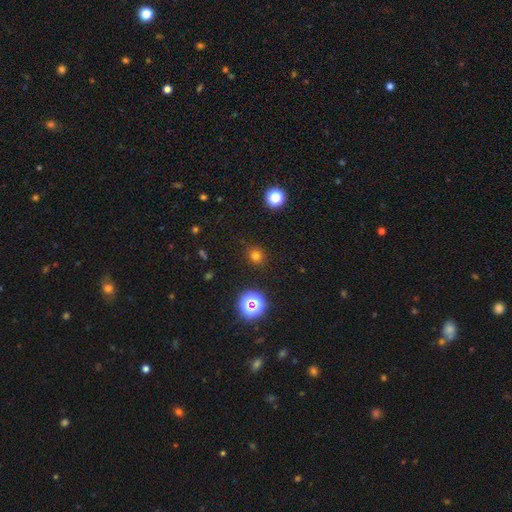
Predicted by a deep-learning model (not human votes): Q: Smooth or featured?
A: smooth (74%); runner-up: star or artifact (21%)
Q: How rounded?
A: round (90%); runner-up: in between (9%)
Q: Merging?
A: none (90%); runner-up: minor disturbance (6%)